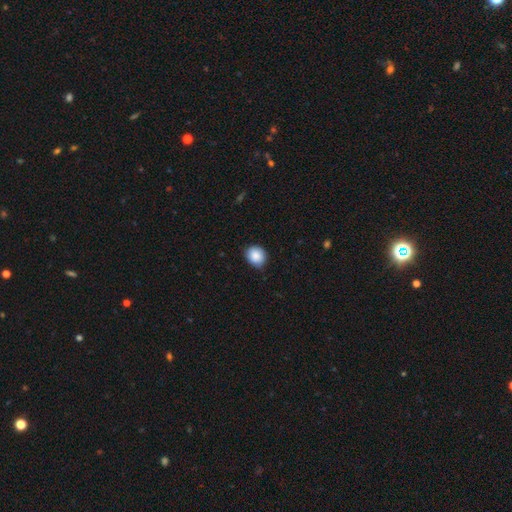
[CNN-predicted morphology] Smooth or featured?
  - smooth: 88% *
  - star or artifact: 8%
  - featured or disk: 5%
How rounded?
  - round: 68% *
  - in between: 31%
  - cigar-shaped: 1%
Merging?
  - none: 80% *
  - minor disturbance: 16%
  - major disturbance: 2%
  - merger: 1%